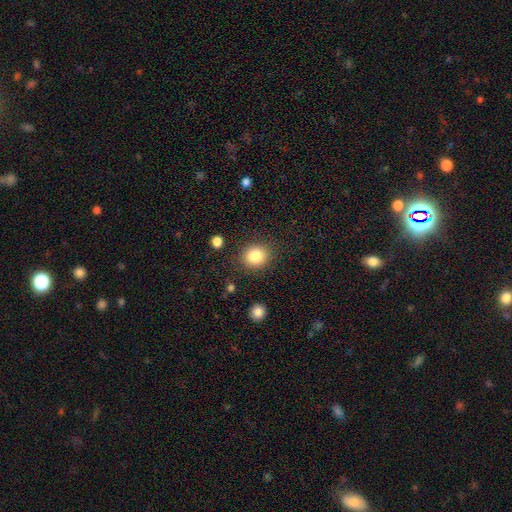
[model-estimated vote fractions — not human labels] smooth 84%, star or artifact 10%, featured or disk 6%. Down the decision tree: how rounded — round (76%); merging — none (85%).